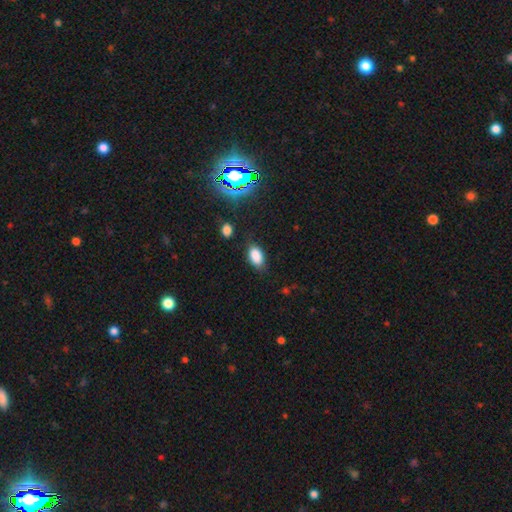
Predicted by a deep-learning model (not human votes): This appears to be a smooth galaxy with no disk features (84%) that is in between round and cigar-shaped (91%). Merging: none (75%).